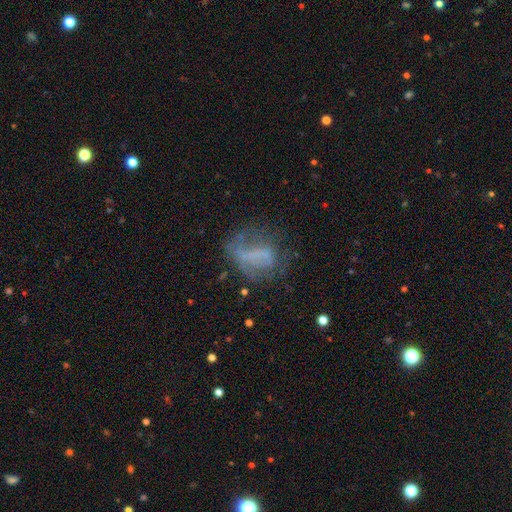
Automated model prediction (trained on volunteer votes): smooth-or-featured: featured or disk: 44% | smooth: 39% | star or artifact: 16%
  merging: none: 40% | major disturbance: 33% | minor disturbance: 24% | merger: 4%